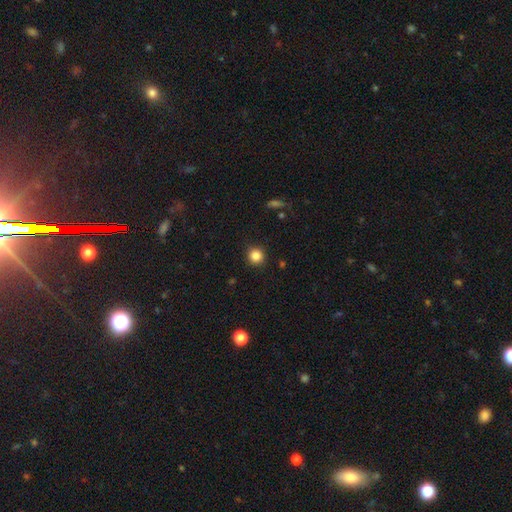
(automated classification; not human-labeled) Smooth or featured? smooth (84%)
How rounded? round (93%)
Merging? none (90%)